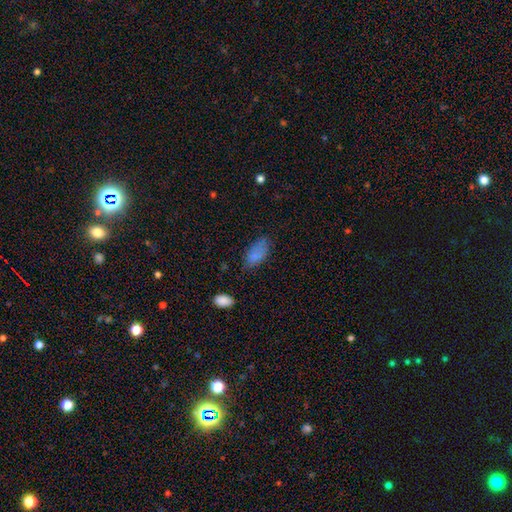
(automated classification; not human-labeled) This appears to be a smooth galaxy with no disk features (81%) that is in between round and cigar-shaped (92%). Merging: none (63%).